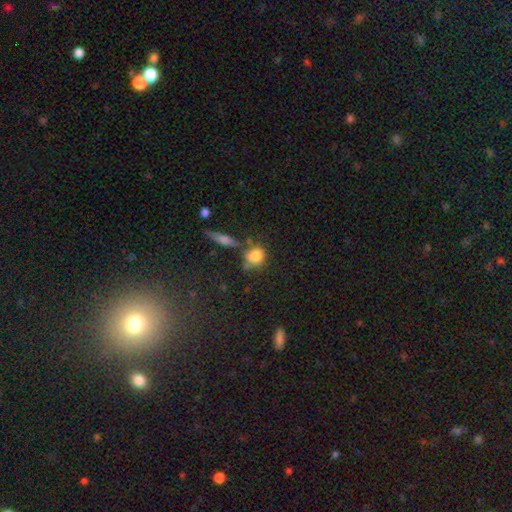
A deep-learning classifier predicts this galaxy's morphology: smooth_or_featured: smooth (p=0.77) [alt: featured or disk p=0.12]
how_rounded: round (p=0.66) [alt: in between p=0.30]
merging: none (p=0.51) [alt: merger p=0.21]